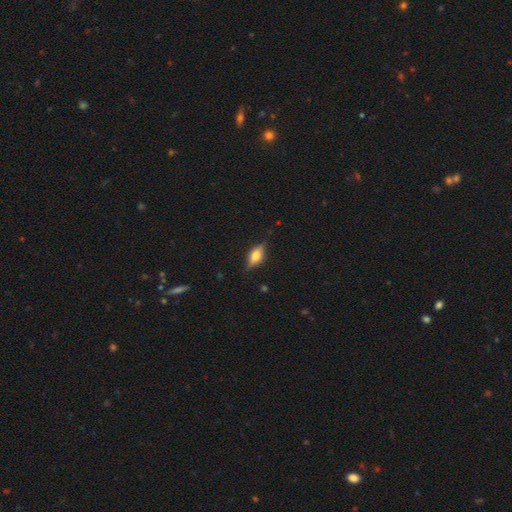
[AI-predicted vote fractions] featured or disk 49%, smooth 43%, star or artifact 8%. Down the decision tree: merging — none (81%).